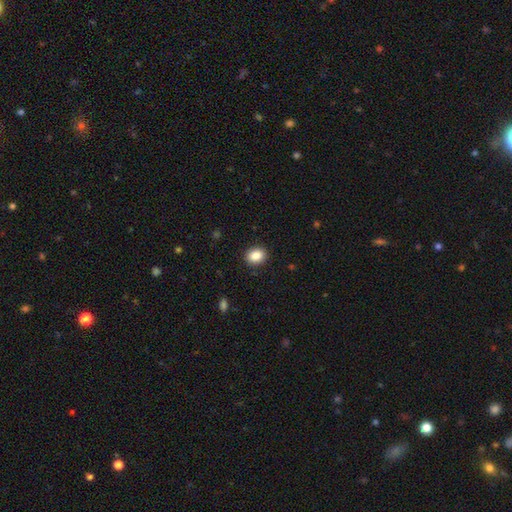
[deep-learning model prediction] A smooth galaxy with no disk features (88%) that is in between round and cigar-shaped (54%).

Vote fractions:
- Smooth or featured? smooth: 88% / star or artifact: 8% / featured or disk: 4%
- How rounded? in between: 54% / round: 45% / cigar-shaped: 1%
- Merging? none: 90% / minor disturbance: 7% / major disturbance: 2% / merger: 1%